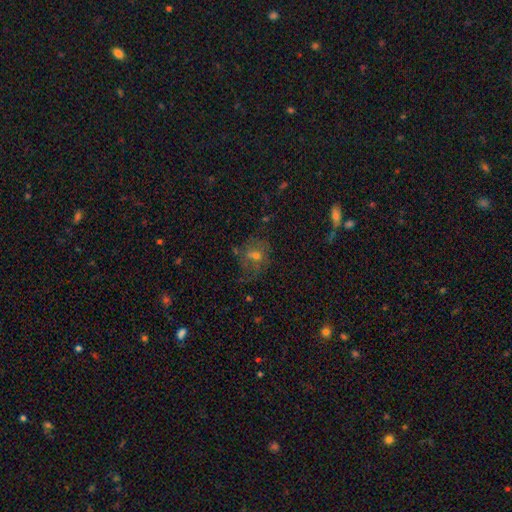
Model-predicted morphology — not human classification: Smooth or featured?
  - featured or disk: 42% *
  - smooth: 41%
  - star or artifact: 17%
Merging?
  - none: 53% *
  - major disturbance: 22%
  - minor disturbance: 21%
  - merger: 4%